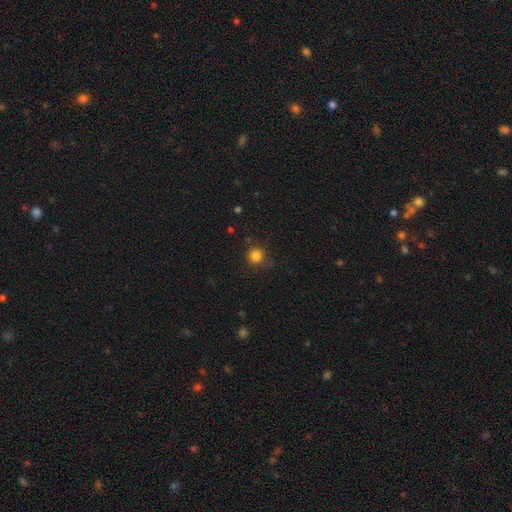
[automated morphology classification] Smooth or featured? Predicted: smooth (p=0.83). How rounded? Predicted: round (p=0.92). Merging? Predicted: none (p=0.80).